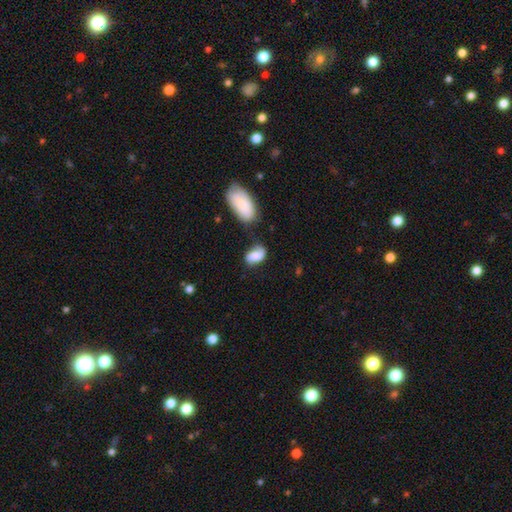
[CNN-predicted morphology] smooth-or-featured: smooth: 68% | featured or disk: 24% | star or artifact: 8%
  how-rounded: in between: 89% | round: 9% | cigar-shaped: 3%
  merging: none: 53% | minor disturbance: 27% | merger: 11% | major disturbance: 9%